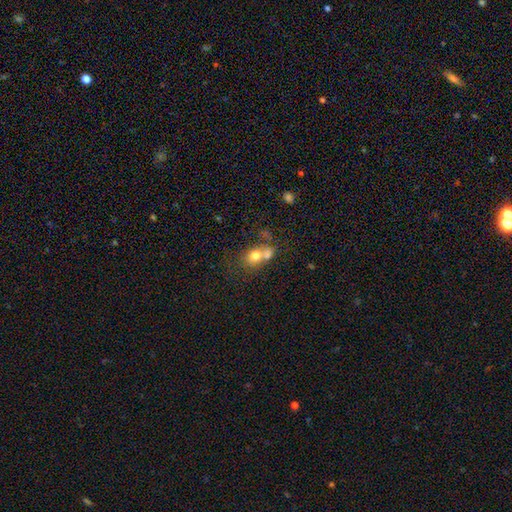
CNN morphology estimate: Smooth or featured? Predicted: smooth (p=0.72). How rounded? Predicted: round (p=0.54). Merging? Predicted: merger (p=0.59).